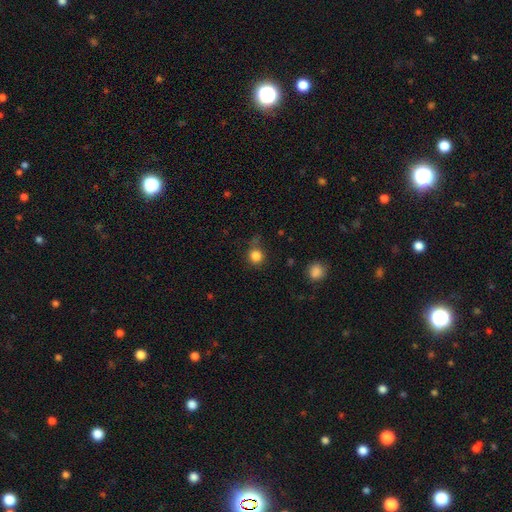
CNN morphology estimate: smooth_or_featured: smooth (p=0.84) [alt: star or artifact p=0.12]
how_rounded: round (p=0.90) [alt: in between p=0.09]
merging: none (p=0.75) [alt: minor disturbance p=0.15]